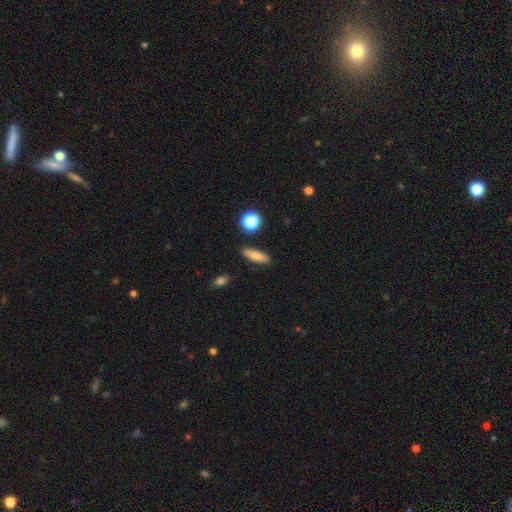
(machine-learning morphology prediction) Q: Smooth or featured?
A: smooth (80%); runner-up: featured or disk (11%)
Q: How rounded?
A: cigar-shaped (49%); runner-up: in between (45%)
Q: Merging?
A: none (87%); runner-up: minor disturbance (8%)